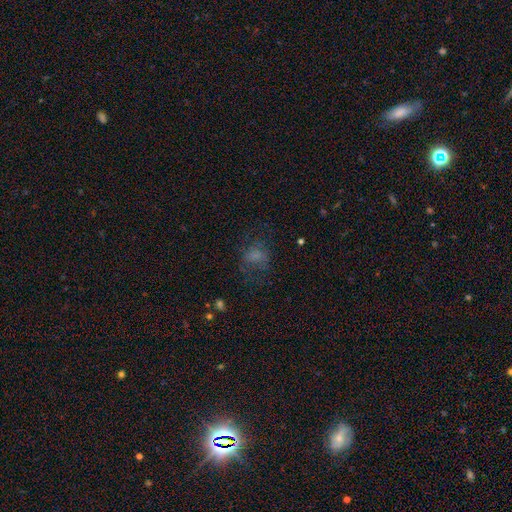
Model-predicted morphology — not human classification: Smooth or featured? Predicted: smooth (p=0.57). How rounded? Predicted: round (p=0.51). Merging? Predicted: none (p=0.48).